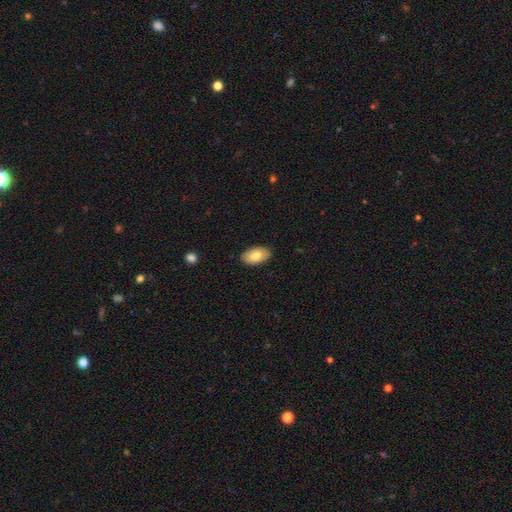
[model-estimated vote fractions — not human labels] The model was most divided on "smooth or featured": smooth: 81%, featured or disk: 13%, star or artifact: 6%. More confident: how rounded — in between (95%); merging — none (88%).